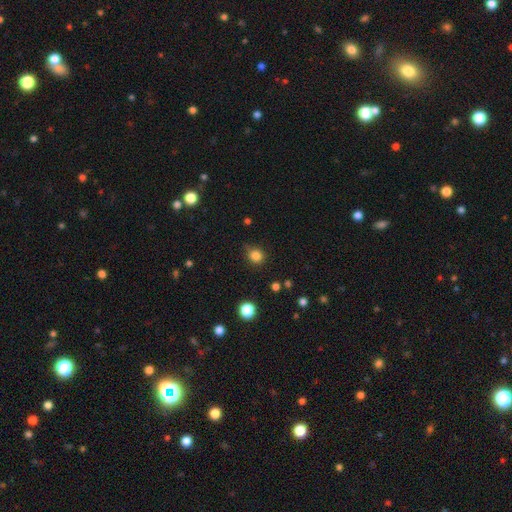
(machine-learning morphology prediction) A smooth galaxy with no disk features (83%) that is round (82%). Merging: none (76%).